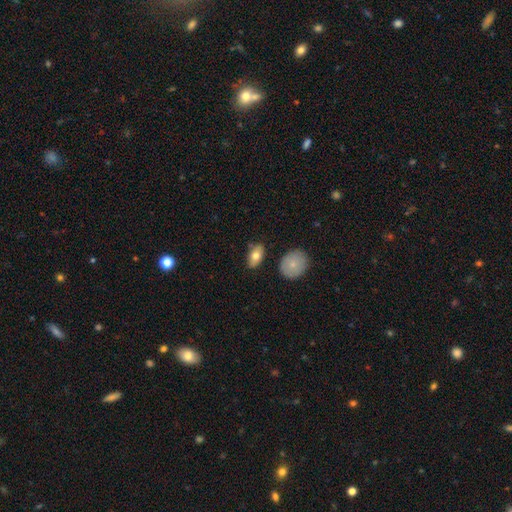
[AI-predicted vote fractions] This is likely a smooth galaxy (75%). How rounded: clearly in between (88%). Merging: likely none (78%).